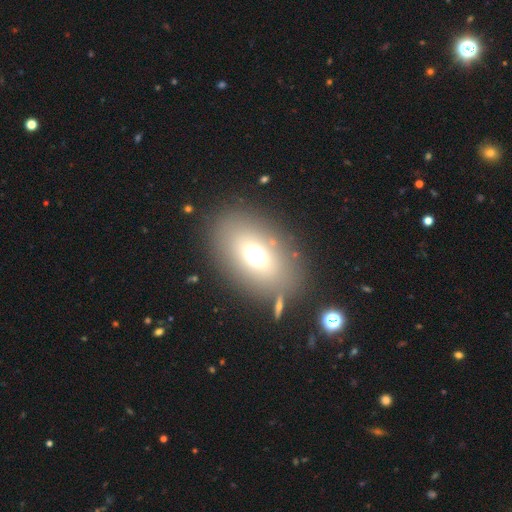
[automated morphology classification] type=smooth (63%); roundness=in between (73%); merging=none (76%).